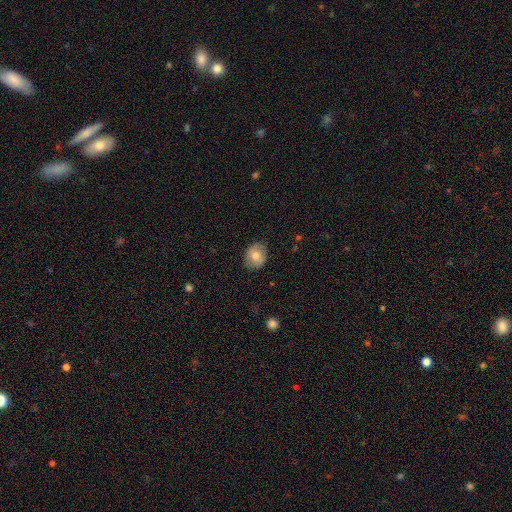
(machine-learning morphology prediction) The model was most divided on "how rounded": round: 52%, in between: 47%, cigar-shaped: 1%. More confident: merging — none (81%); smooth or featured — smooth (74%).